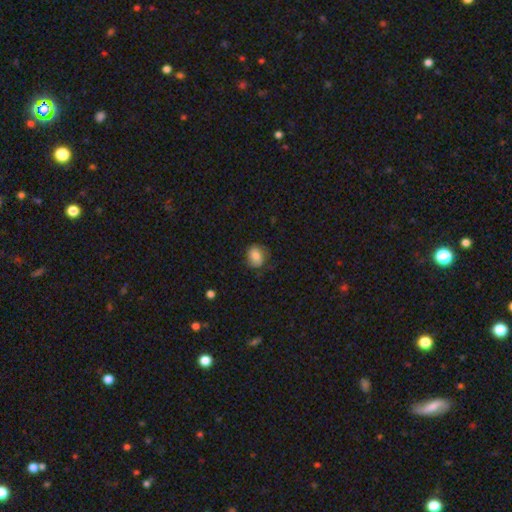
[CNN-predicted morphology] smooth 79%, featured or disk 13%, star or artifact 8%. Down the decision tree: how rounded — in between (51%); merging — none (68%).